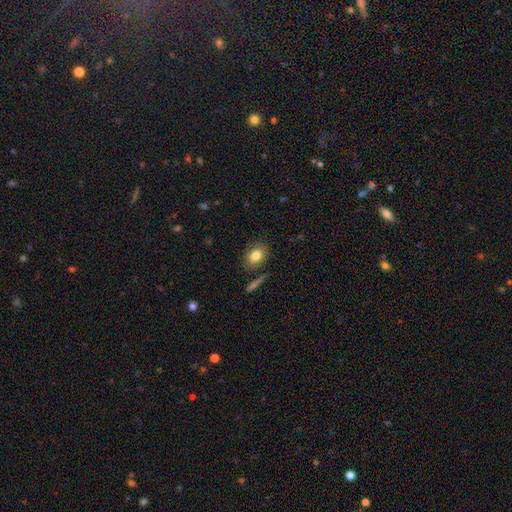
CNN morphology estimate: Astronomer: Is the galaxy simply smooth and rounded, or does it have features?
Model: smooth — 81%.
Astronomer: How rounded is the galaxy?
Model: in between — 71%.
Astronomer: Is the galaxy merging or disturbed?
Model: none — 79%.